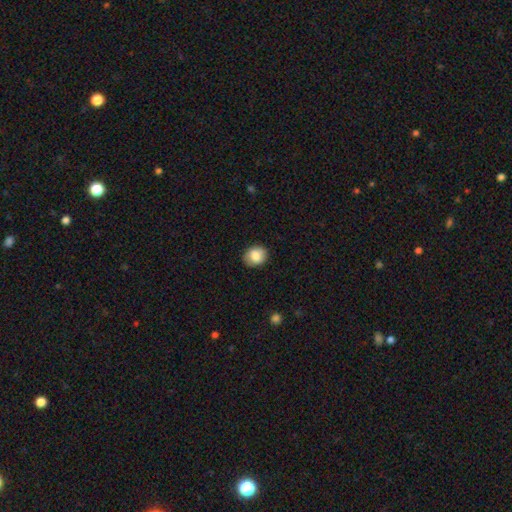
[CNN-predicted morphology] smooth-or-featured: smooth: 83% | featured or disk: 9% | star or artifact: 8%
  how-rounded: round: 58% | in between: 41% | cigar-shaped: 1%
  merging: none: 88% | minor disturbance: 9% | major disturbance: 2% | merger: 1%